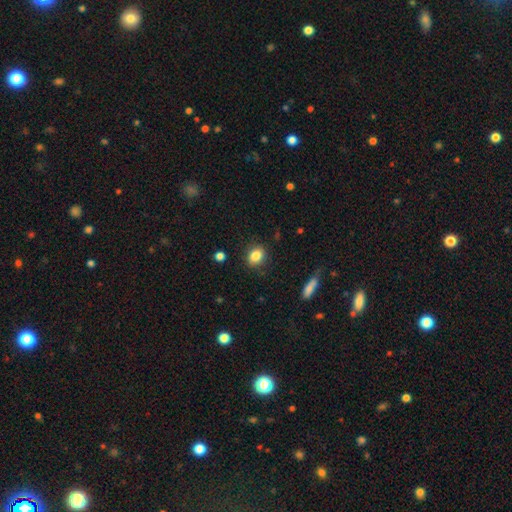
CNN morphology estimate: Smooth or featured: smooth — 85% (star or artifact — 9%)
How rounded: round — 51% (in between — 47%)
Merging: none — 86% (minor disturbance — 10%)